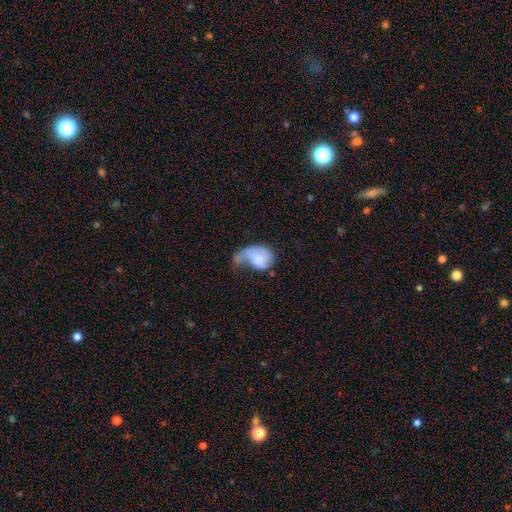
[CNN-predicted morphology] Smooth or featured? smooth (53%)
How rounded? in between (67%)
Merging? major disturbance (56%)